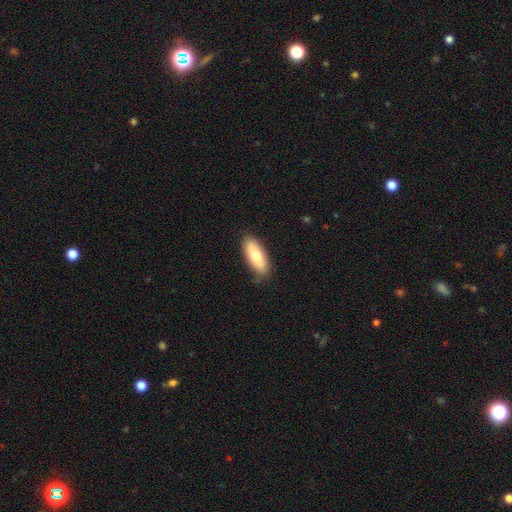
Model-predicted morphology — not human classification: Smooth or featured: smooth — 71% (featured or disk — 23%)
How rounded: in between — 78% (cigar-shaped — 19%)
Merging: none — 83% (minor disturbance — 13%)